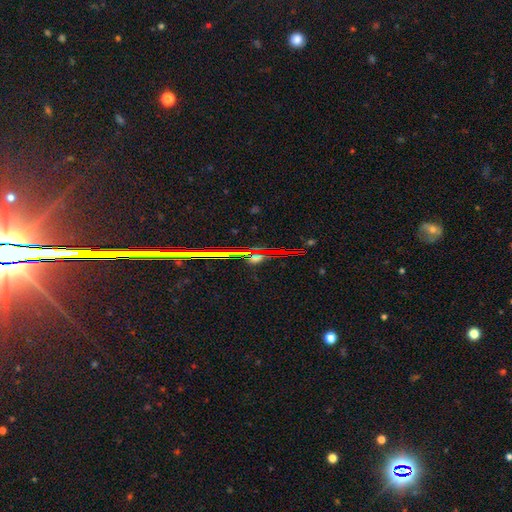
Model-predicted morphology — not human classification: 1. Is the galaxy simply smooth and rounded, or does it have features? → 70% star or artifact, 16% smooth, 14% featured or disk.